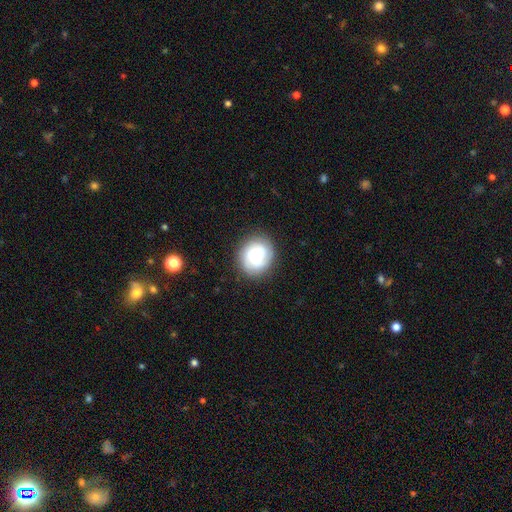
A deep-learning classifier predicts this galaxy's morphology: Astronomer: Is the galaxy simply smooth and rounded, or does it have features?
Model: smooth — 46% (runner-up: featured or disk, 45%).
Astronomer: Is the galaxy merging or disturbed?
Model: none — 83%.